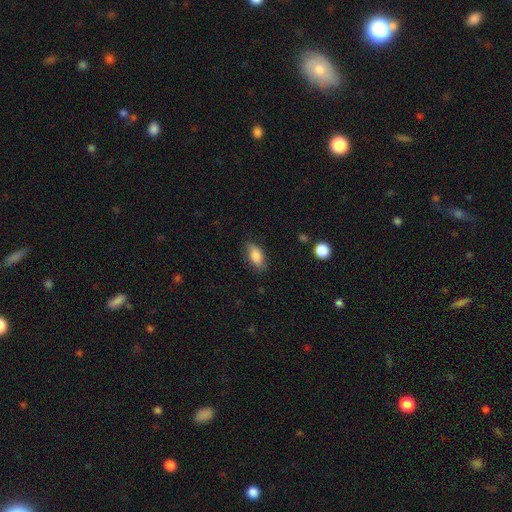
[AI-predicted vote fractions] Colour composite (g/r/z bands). It shows a smooth galaxy with no disk features (83%) that is in between round and cigar-shaped (88%). Merging: none (81%).